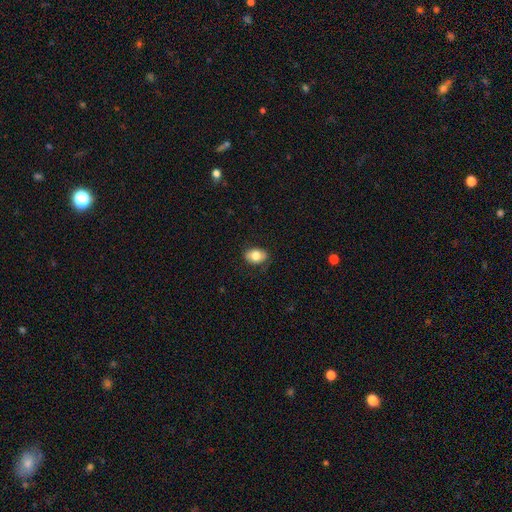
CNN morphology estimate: This appears to be a smooth galaxy with no disk features (78%) that is in between round and cigar-shaped (80%). Merging: none (81%).